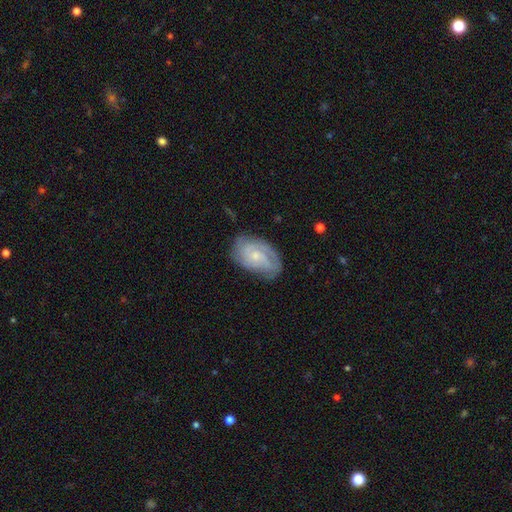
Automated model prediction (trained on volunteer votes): smooth-or-featured: featured or disk: 73% | smooth: 21% | star or artifact: 6%
  disk-edge-on: no: 97% | yes: 3%
    bar: no: 66% | weak: 30% | strong: 4%
    has-spiral-arms: yes: 93% | no: 7%
      spiral-winding: tight: 55% | medium: 35% | loose: 10%
      spiral-arm-count: 2: 32% | can't tell: 29% | 3: 23% | 4: 6% | 1: 5% | more than 4: 4%
    bulge-size: small: 63% | moderate: 29% | none: 5% | large: 2% | dominant: 1%
  merging: none: 71% | minor disturbance: 21% | major disturbance: 7% | merger: 1%